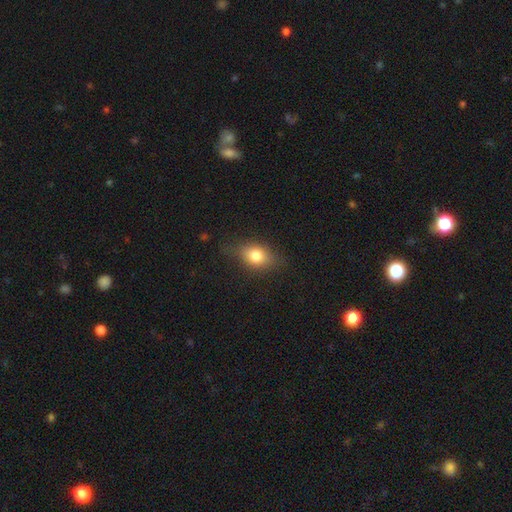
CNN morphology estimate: smooth 78%, featured or disk 13%, star or artifact 9%. Down the decision tree: how rounded — in between (73%); merging — none (75%).